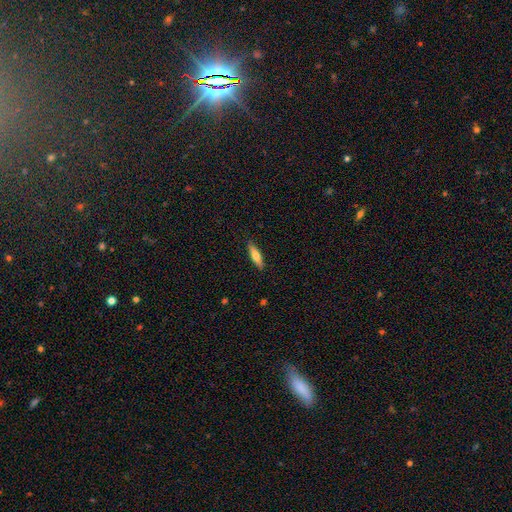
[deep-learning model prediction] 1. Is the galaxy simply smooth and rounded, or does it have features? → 65% smooth, 29% featured or disk, 6% star or artifact.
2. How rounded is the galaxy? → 67% cigar-shaped, 31% in between, 2% round.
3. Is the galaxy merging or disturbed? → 88% none, 9% minor disturbance, 2% major disturbance, 1% merger.